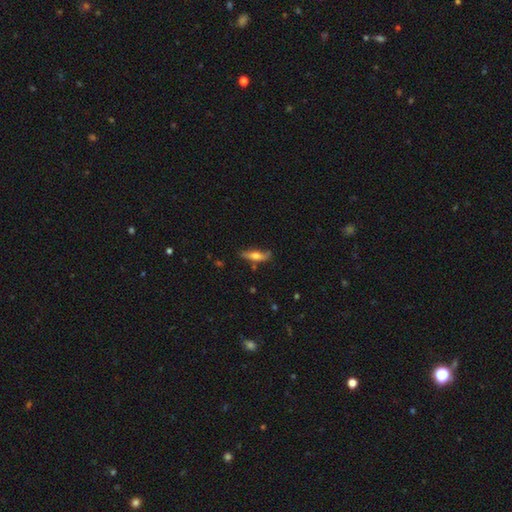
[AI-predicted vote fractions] Morphology: type=smooth (57%); roundness=cigar-shaped (62%); merging=none (65%).